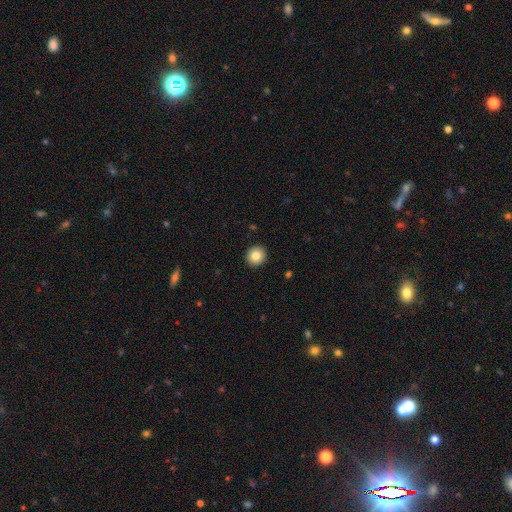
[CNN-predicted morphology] A smooth galaxy with no disk features (84%) that is round (92%). Merging: none (93%).